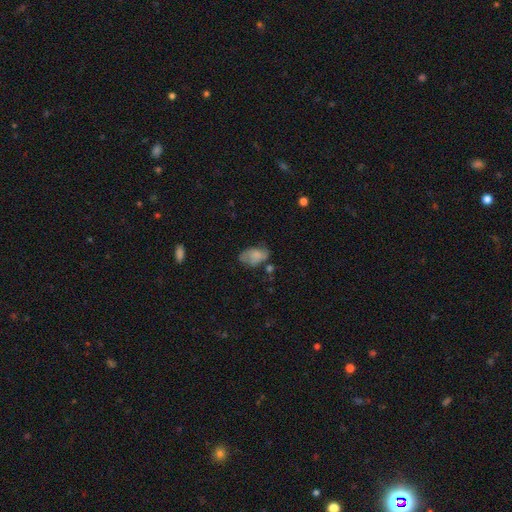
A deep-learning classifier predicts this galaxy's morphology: smooth_or_featured: smooth (p=0.64) [alt: featured or disk p=0.27]
how_rounded: in between (p=0.88) [alt: round p=0.10]
merging: none (p=0.43) [alt: minor disturbance p=0.31]